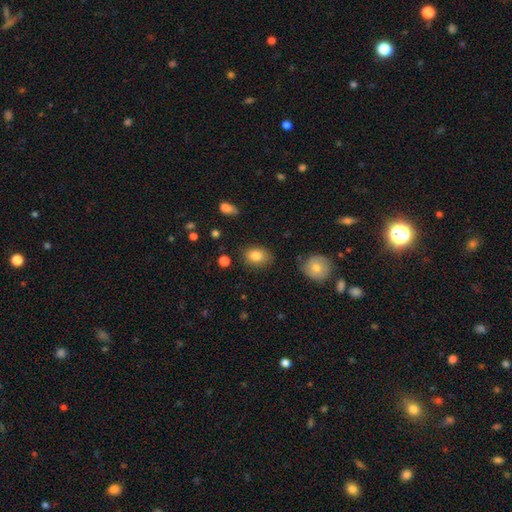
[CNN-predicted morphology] Smooth or featured? smooth (82%)
How rounded? in between (73%)
Merging? none (80%)